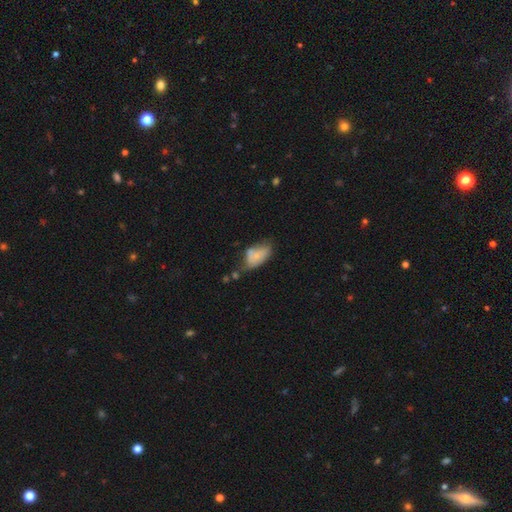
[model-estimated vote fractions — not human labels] Smooth or featured?
  - smooth: 64% *
  - featured or disk: 28%
  - star or artifact: 8%
How rounded?
  - in between: 92% *
  - round: 6%
  - cigar-shaped: 3%
Merging?
  - minor disturbance: 35% *
  - none: 33%
  - major disturbance: 18%
  - merger: 14%